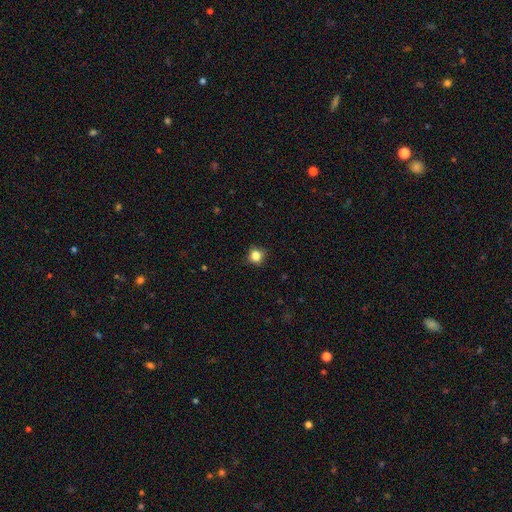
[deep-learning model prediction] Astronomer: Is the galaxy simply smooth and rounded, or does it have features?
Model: smooth — 83%.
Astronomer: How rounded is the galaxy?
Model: round — 88%.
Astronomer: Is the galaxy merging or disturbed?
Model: none — 86%.